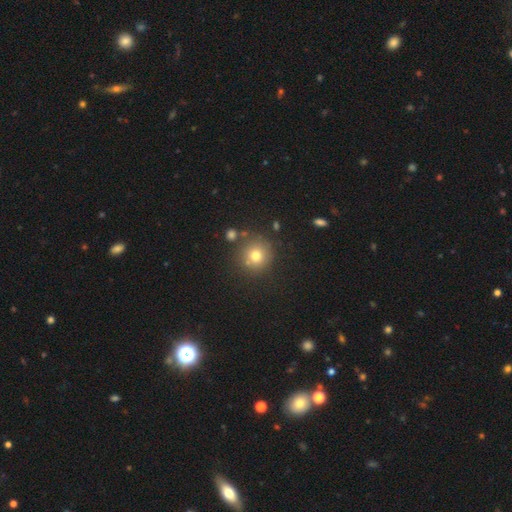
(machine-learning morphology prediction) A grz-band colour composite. It shows a smooth galaxy with no disk features (74%) that is round (92%). Merging: none (79%).